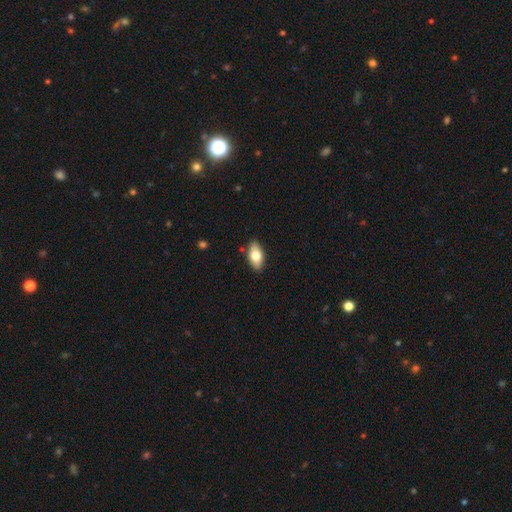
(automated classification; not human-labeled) This is likely a smooth galaxy (75%). How rounded: clearly in between (91%). Merging: clearly none (86%).